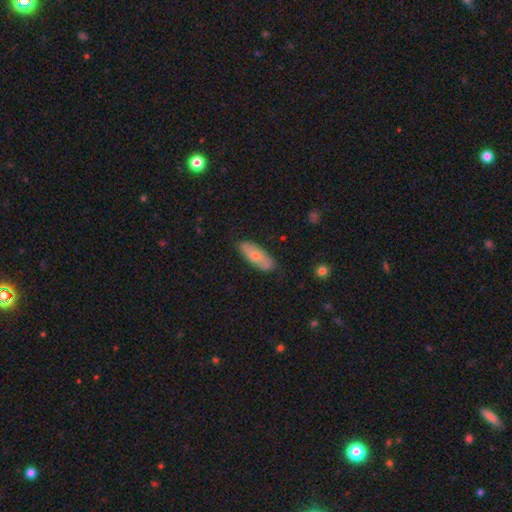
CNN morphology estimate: A smooth galaxy with no disk features (64%) that is in between round and cigar-shaped (73%).

Vote fractions:
- Smooth or featured? smooth: 64% / featured or disk: 30% / star or artifact: 6%
- How rounded? in between: 73% / cigar-shaped: 25% / round: 3%
- Merging? none: 75% / minor disturbance: 20% / major disturbance: 3% / merger: 2%